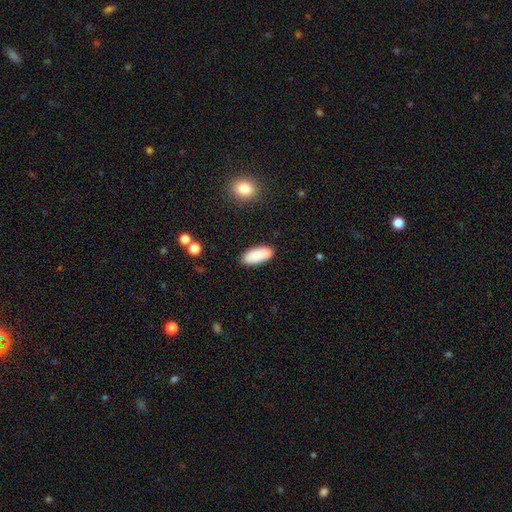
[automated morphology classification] The model was most divided on "merging": none: 60%, merger: 20%, minor disturbance: 16%, major disturbance: 4%. More confident: how rounded — in between (84%); smooth or featured — smooth (81%).